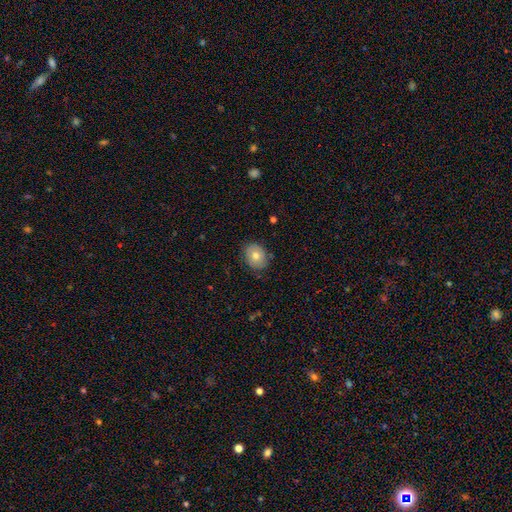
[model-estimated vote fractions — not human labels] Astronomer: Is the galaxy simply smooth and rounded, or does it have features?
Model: smooth — 68%.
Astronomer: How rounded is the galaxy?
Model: round — 51% (runner-up: in between, 48%).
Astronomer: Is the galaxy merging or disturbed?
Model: none — 83%.